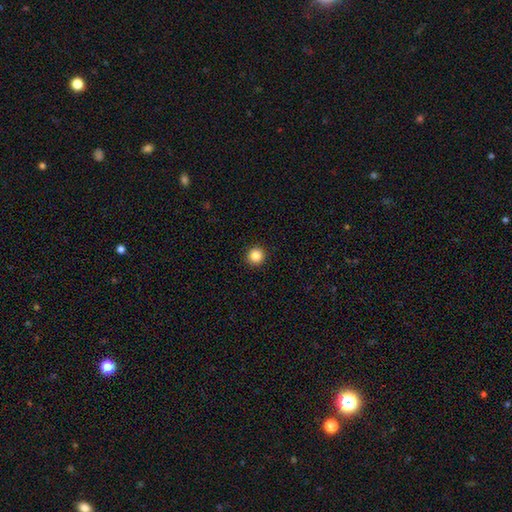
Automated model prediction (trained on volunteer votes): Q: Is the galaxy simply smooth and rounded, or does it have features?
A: smooth — 86%.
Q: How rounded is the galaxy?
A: round — 96%.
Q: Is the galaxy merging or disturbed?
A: none — 94%.